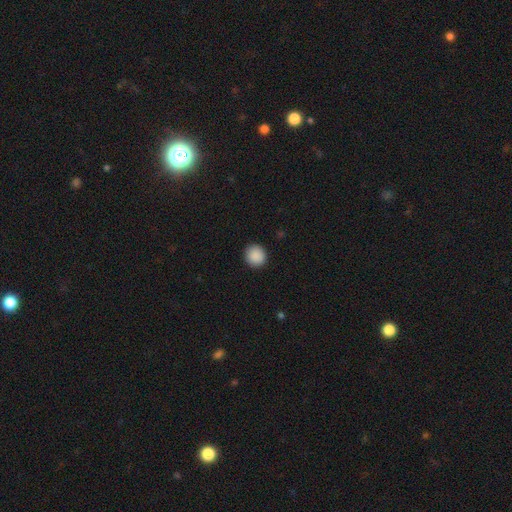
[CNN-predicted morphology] Smooth or featured?
  - smooth: 90% *
  - star or artifact: 8%
  - featured or disk: 2%
How rounded?
  - round: 90% *
  - in between: 9%
  - cigar-shaped: 1%
Merging?
  - none: 91% *
  - minor disturbance: 6%
  - major disturbance: 2%
  - merger: 1%